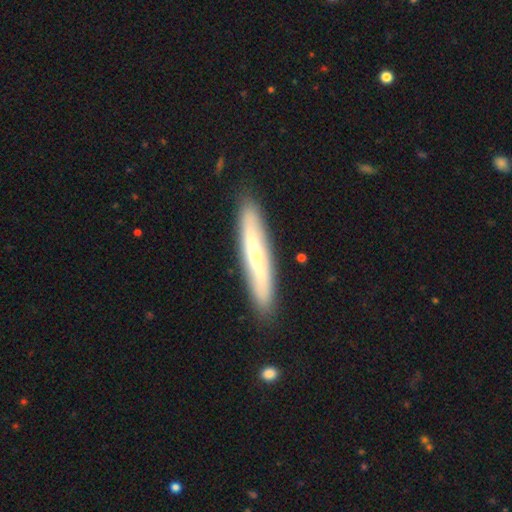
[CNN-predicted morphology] This is possibly a featured or disk galaxy (51%). It is likely viewed edge-on (74%). Merging: clearly none (87%).